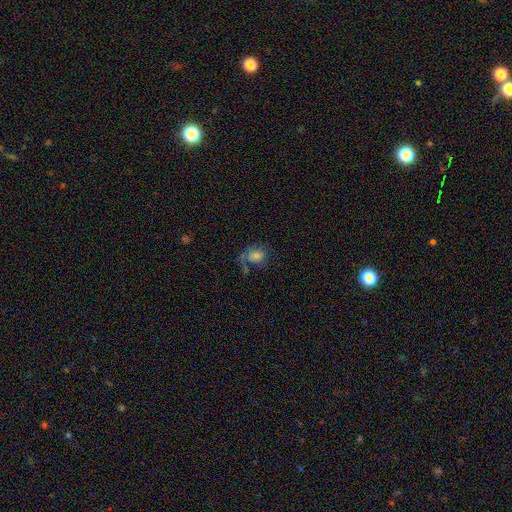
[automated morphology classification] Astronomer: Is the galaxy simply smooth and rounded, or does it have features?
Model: smooth — 64%.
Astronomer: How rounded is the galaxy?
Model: in between — 58% (runner-up: round, 41%).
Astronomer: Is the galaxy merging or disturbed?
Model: none — 38% (runner-up: major disturbance, 26%).